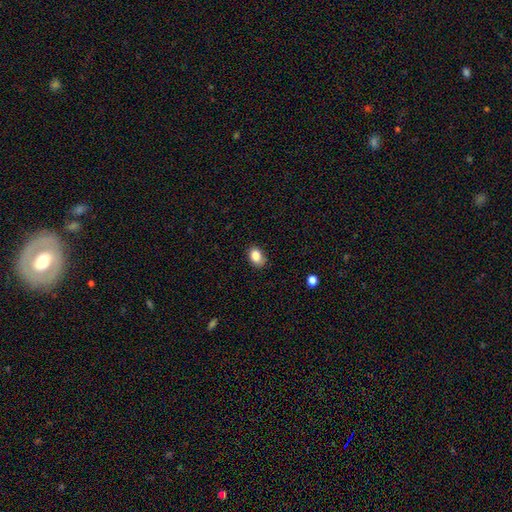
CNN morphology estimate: Smooth or featured? Predicted: smooth (p=0.86). How rounded? Predicted: in between (p=0.77). Merging? Predicted: none (p=0.74).